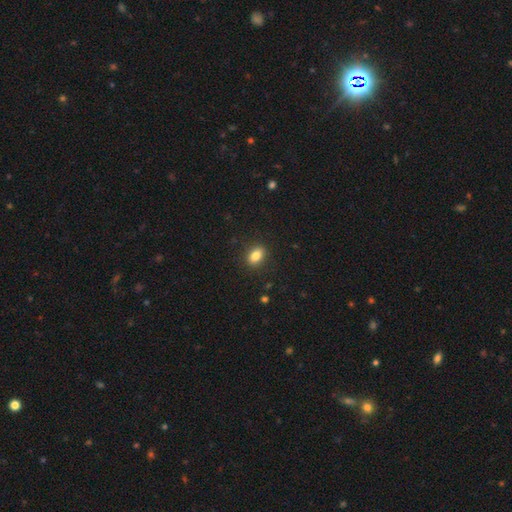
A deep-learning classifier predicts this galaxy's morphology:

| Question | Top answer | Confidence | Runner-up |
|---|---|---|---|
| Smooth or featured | smooth | 83% | star or artifact (9%) |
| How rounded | in between | 76% | round (21%) |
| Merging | none | 88% | minor disturbance (9%) |